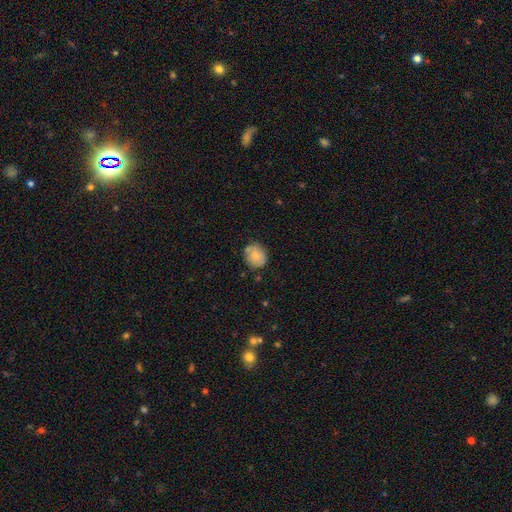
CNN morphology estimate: A smooth galaxy with no disk features (68%) that is round (63%).

Vote fractions:
- Smooth or featured? smooth: 68% / featured or disk: 24% / star or artifact: 8%
- How rounded? round: 63% / in between: 36% / cigar-shaped: 1%
- Merging? none: 71% / minor disturbance: 21% / major disturbance: 5% / merger: 3%